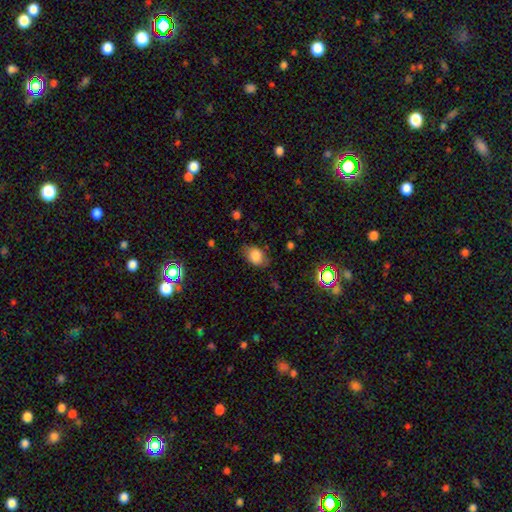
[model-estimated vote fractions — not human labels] smooth 80%, featured or disk 10%, star or artifact 10%. Down the decision tree: how rounded — in between (74%); merging — none (69%).